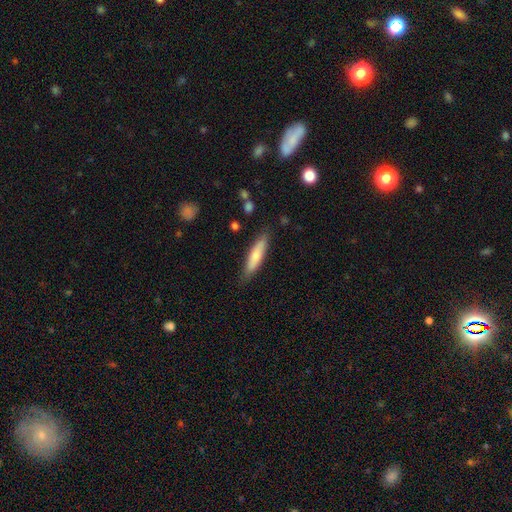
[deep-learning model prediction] This is likely a smooth galaxy (71%). How rounded: likely cigar-shaped (78%). Merging: clearly none (83%).